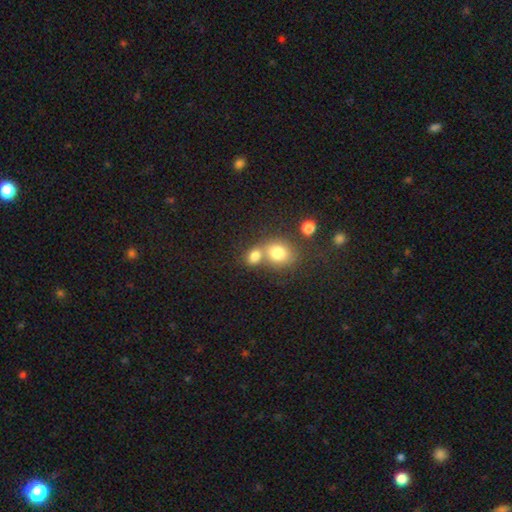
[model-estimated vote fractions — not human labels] Morphology: type=smooth (76%); roundness=round (62%); merging=merger (53%).